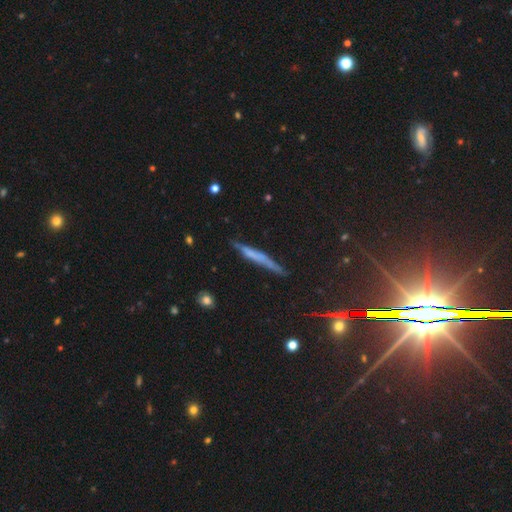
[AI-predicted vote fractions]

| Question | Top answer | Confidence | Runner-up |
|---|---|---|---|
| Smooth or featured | featured or disk | 44% | tied: smooth (44%) |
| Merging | none | 74% | minor disturbance (19%) |